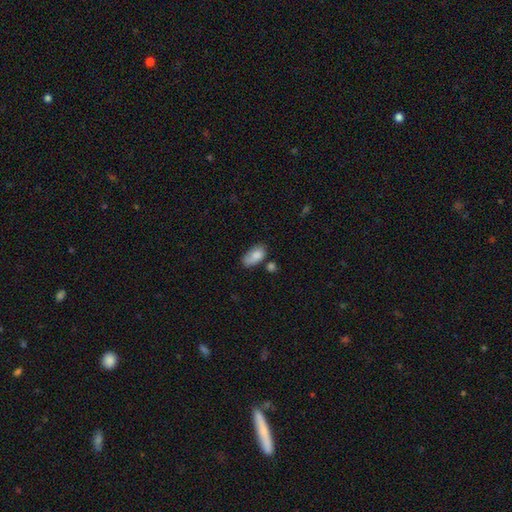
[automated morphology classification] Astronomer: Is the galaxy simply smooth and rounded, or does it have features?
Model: smooth — 80%.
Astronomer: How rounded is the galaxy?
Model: in between — 92%.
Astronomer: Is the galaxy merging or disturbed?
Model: none — 46% (runner-up: minor disturbance, 30%).